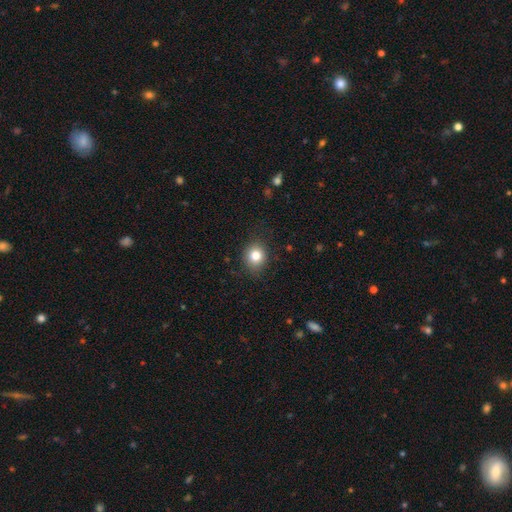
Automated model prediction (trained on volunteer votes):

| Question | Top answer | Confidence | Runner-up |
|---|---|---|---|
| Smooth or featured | smooth | 81% | star or artifact (11%) |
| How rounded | round | 71% | in between (28%) |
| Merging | none | 85% | minor disturbance (11%) |